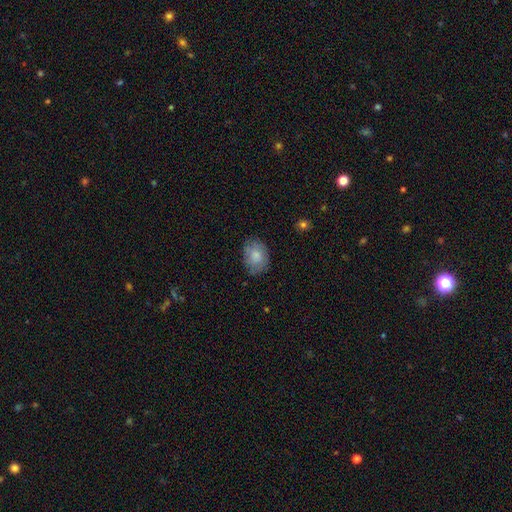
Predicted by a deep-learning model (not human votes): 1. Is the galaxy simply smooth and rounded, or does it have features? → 76% smooth, 17% featured or disk, 7% star or artifact.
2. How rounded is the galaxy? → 57% in between, 42% round, 1% cigar-shaped.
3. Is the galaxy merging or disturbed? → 71% none, 22% minor disturbance, 5% major disturbance, 1% merger.